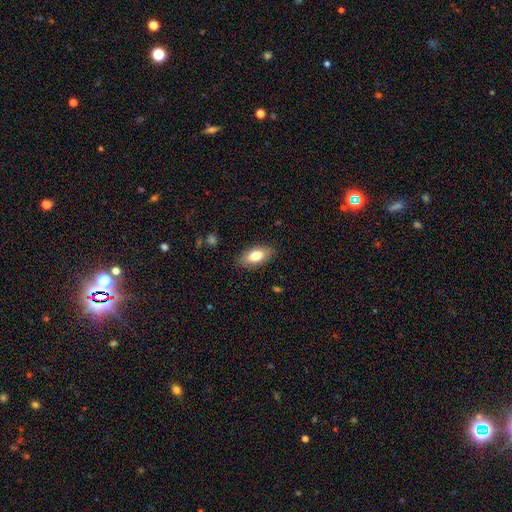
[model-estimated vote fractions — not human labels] Q: Smooth or featured?
A: smooth (78%); runner-up: featured or disk (16%)
Q: How rounded?
A: in between (88%); runner-up: cigar-shaped (8%)
Q: Merging?
A: none (86%); runner-up: minor disturbance (10%)